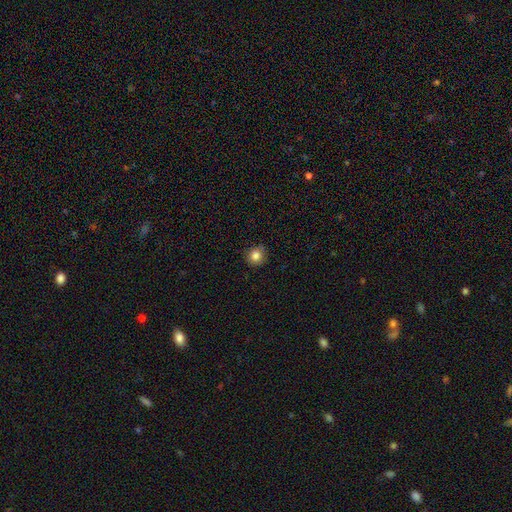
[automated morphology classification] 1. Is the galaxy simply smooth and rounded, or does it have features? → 83% smooth, 11% star or artifact, 6% featured or disk.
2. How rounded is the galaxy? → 91% round, 8% in between, 1% cigar-shaped.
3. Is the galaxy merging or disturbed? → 85% none, 12% minor disturbance, 2% major disturbance, 1% merger.